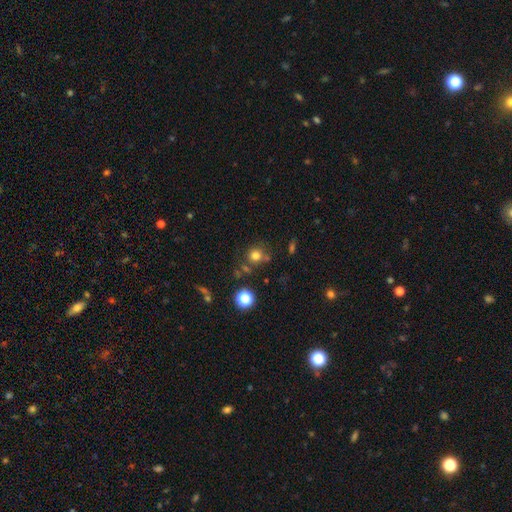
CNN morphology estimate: This appears to be a smooth galaxy with no disk features (75%) that is round (87%). Merging: none (70%).